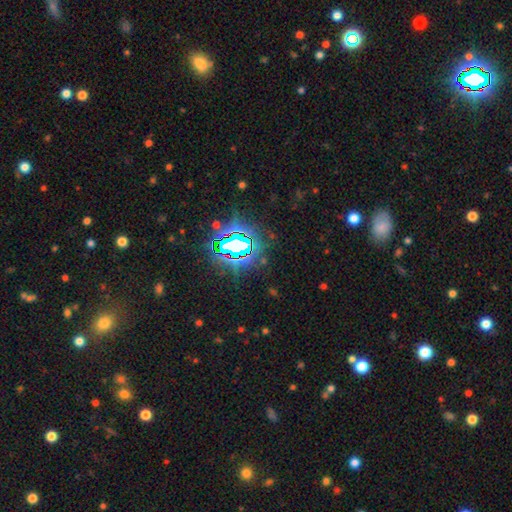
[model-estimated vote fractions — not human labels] star or artifact 82%, smooth 10%, featured or disk 8%.